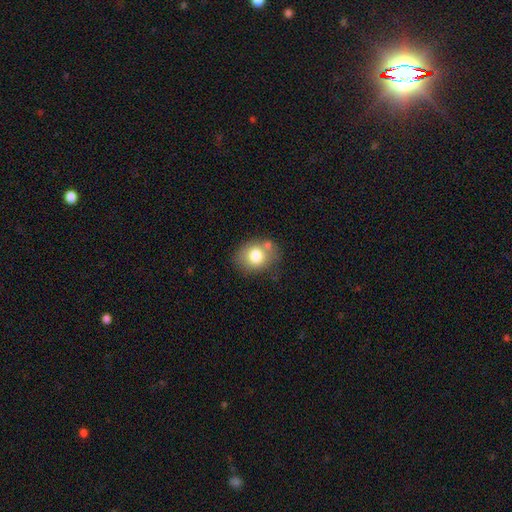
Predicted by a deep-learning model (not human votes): Smooth or featured: smooth — 76% (featured or disk — 15%)
How rounded: round — 50% (in between — 49%)
Merging: none — 66% (minor disturbance — 17%)